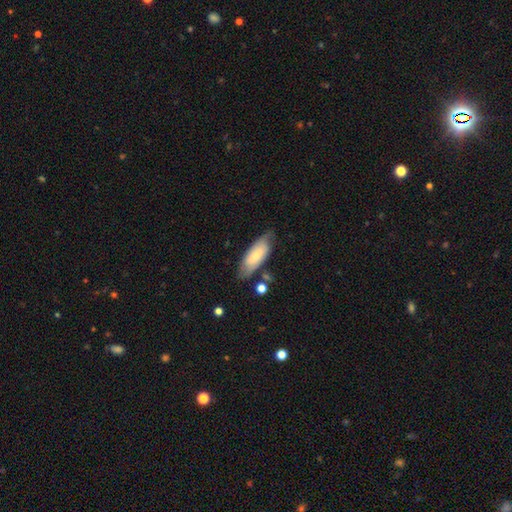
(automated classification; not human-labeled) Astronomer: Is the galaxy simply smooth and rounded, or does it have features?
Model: smooth — 53% (runner-up: featured or disk, 40%).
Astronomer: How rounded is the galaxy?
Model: in between — 74%.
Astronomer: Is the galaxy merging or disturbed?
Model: none — 67%.